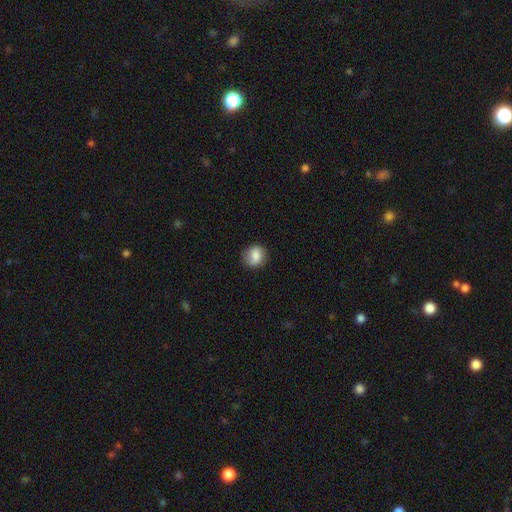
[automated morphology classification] A smooth galaxy with no disk features (82%) that is round (77%). Merging: none (84%).